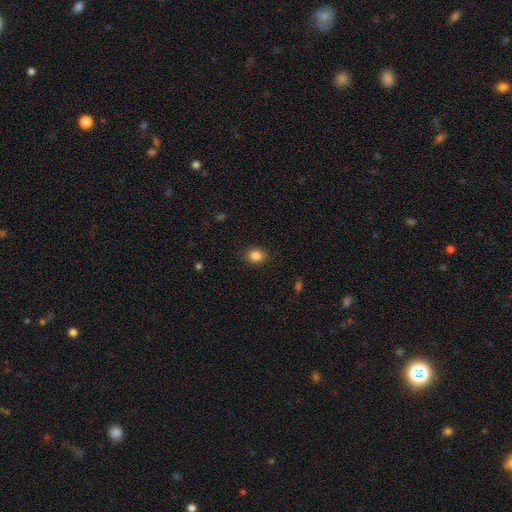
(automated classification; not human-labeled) Morphology: type=smooth (87%); roundness=round (52%); merging=none (87%).